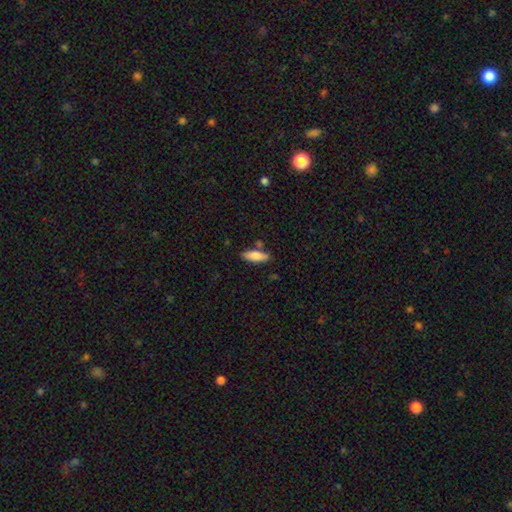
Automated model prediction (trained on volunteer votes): The model was most divided on "how rounded": in between: 62%, cigar-shaped: 36%, round: 2%. More confident: smooth or featured — smooth (82%); merging — none (77%).